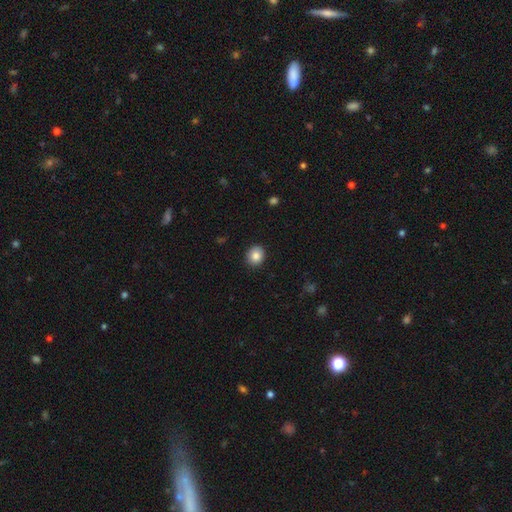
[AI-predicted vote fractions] Q: Smooth or featured?
A: smooth (86%); runner-up: star or artifact (9%)
Q: How rounded?
A: round (71%); runner-up: in between (28%)
Q: Merging?
A: none (90%); runner-up: minor disturbance (7%)